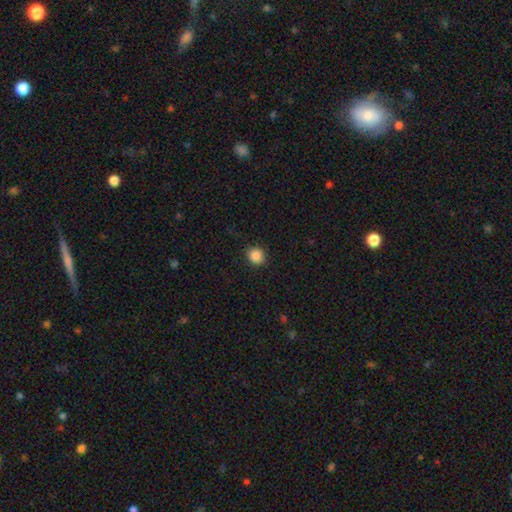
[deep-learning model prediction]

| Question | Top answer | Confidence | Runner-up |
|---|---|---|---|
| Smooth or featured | smooth | 86% | star or artifact (10%) |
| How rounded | round | 86% | in between (13%) |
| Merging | none | 90% | minor disturbance (7%) |